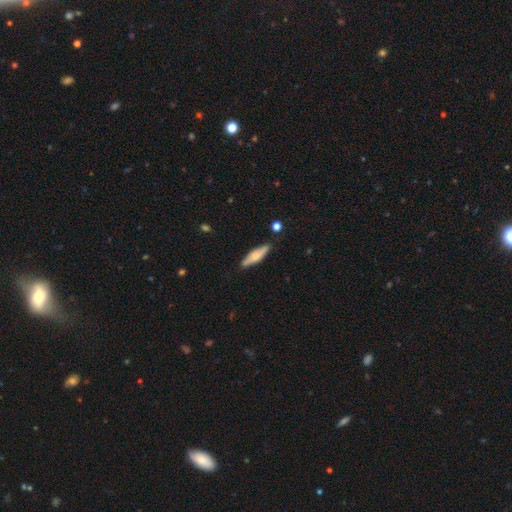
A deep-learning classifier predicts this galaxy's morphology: A smooth galaxy with no disk features (60%) that is cigar-shaped (62%). Merging: none (82%).